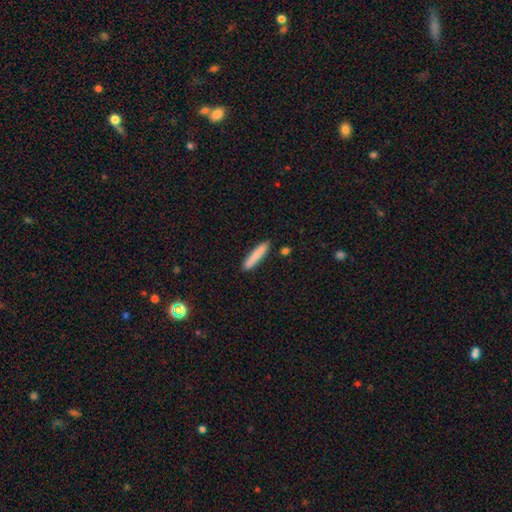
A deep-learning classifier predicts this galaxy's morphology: Smooth or featured?
  - smooth: 84% *
  - featured or disk: 10%
  - star or artifact: 6%
How rounded?
  - cigar-shaped: 91% *
  - in between: 8%
  - round: 1%
Merging?
  - none: 89% *
  - minor disturbance: 8%
  - merger: 2%
  - major disturbance: 2%